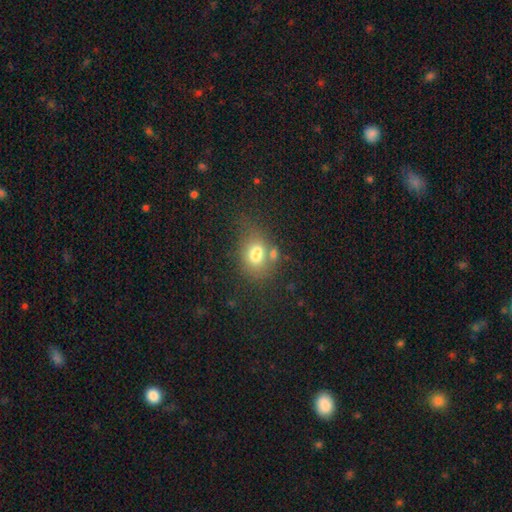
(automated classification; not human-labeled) This appears to be a smooth galaxy with no disk features (72%) that is in between round and cigar-shaped (66%). Merging: none (44%).